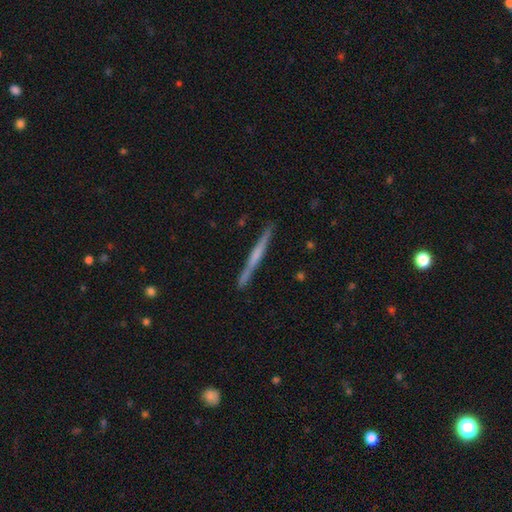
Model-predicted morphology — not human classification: A featured or disk galaxy (62%) viewed edge-on (98%) with no central bulge (54%).

Vote fractions:
- Smooth or featured? featured or disk: 62% / smooth: 33% / star or artifact: 5%
- Edge-on disk? yes: 98% / no: 2%
- Edge-on bulge? none: 54% / rounded: 32% / boxy: 14%
- Merging? none: 91% / minor disturbance: 7% / major disturbance: 1% / merger: 1%